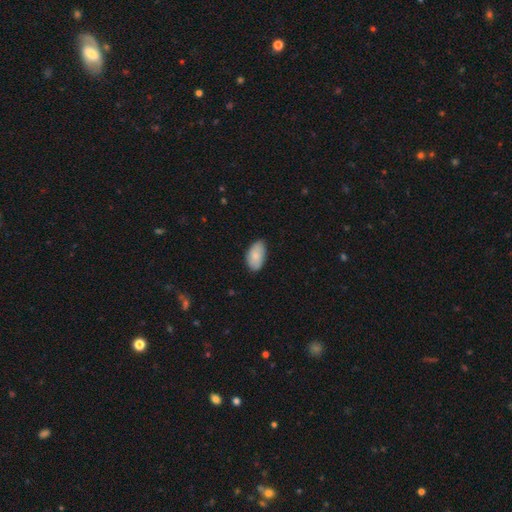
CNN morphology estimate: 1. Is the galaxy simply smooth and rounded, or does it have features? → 83% smooth, 11% featured or disk, 6% star or artifact.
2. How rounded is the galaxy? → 94% in between, 4% round, 2% cigar-shaped.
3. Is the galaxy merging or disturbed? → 79% none, 18% minor disturbance, 2% major disturbance, 1% merger.